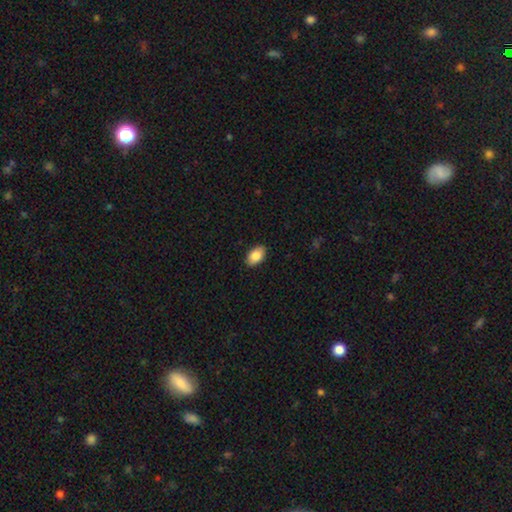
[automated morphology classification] Q: Smooth or featured?
A: smooth (86%); runner-up: featured or disk (7%)
Q: How rounded?
A: in between (92%); runner-up: round (7%)
Q: Merging?
A: none (90%); runner-up: minor disturbance (8%)